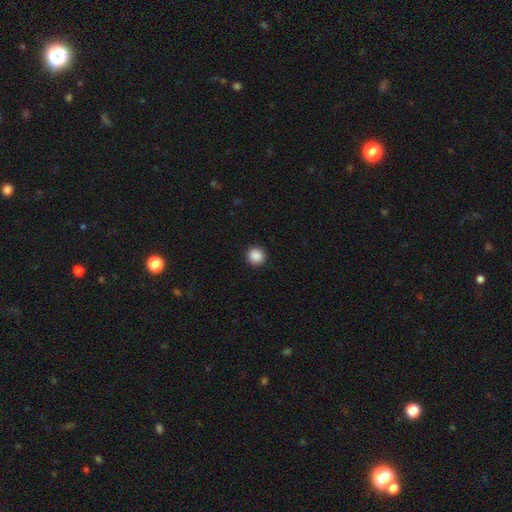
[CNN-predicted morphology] smooth 89%, star or artifact 9%, featured or disk 2%. Down the decision tree: how rounded — round (93%); merging — none (92%).